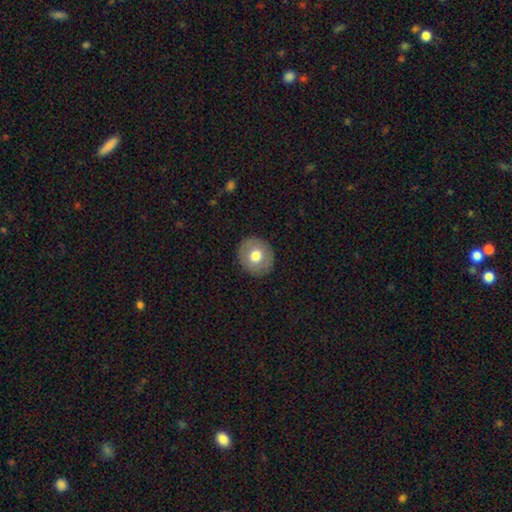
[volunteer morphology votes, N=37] A smooth galaxy with no disk features (65%) that is round (79%). Merging: none (91%).